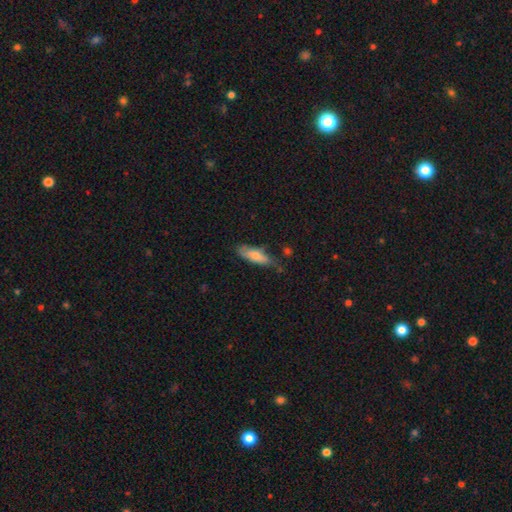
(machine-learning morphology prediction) smooth-or-featured: smooth: 73% | featured or disk: 21% | star or artifact: 6%
  how-rounded: in between: 58% | cigar-shaped: 40% | round: 2%
  merging: none: 58% | minor disturbance: 31% | major disturbance: 7% | merger: 4%